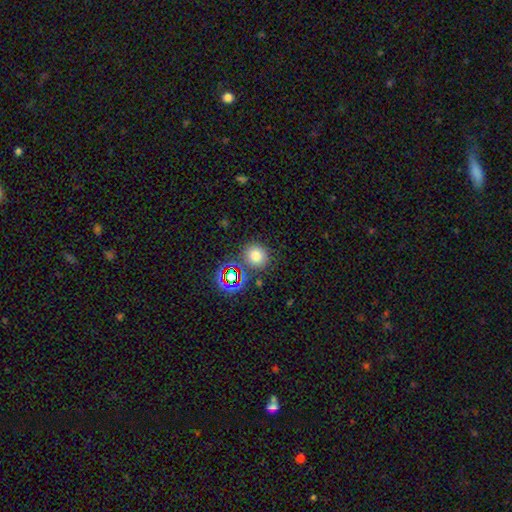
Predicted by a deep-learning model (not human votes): The model was most divided on "smooth or featured": smooth: 74%, star or artifact: 19%, featured or disk: 7%. More confident: how rounded — round (85%); merging — none (77%).